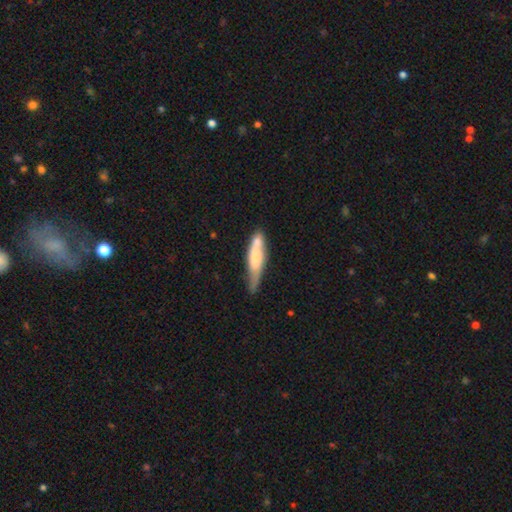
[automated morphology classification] This appears to be a smooth galaxy with no disk features (58%) that is cigar-shaped (77%). Merging: none (48%).